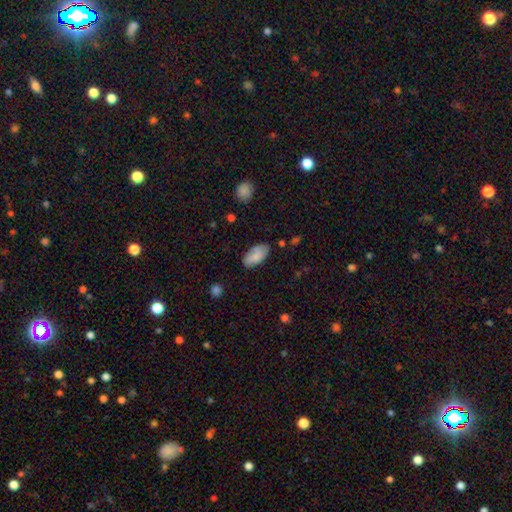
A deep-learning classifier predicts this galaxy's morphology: type=smooth (82%); roundness=in between (93%); merging=none (74%).